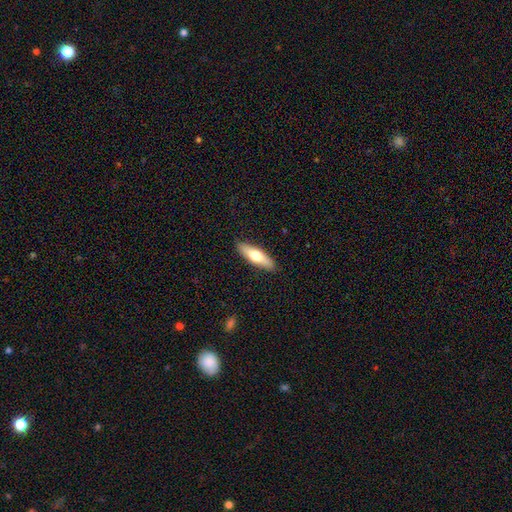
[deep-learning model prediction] Q: Smooth or featured?
A: smooth (60%); runner-up: featured or disk (34%)
Q: How rounded?
A: cigar-shaped (58%); runner-up: in between (40%)
Q: Merging?
A: none (89%); runner-up: minor disturbance (8%)